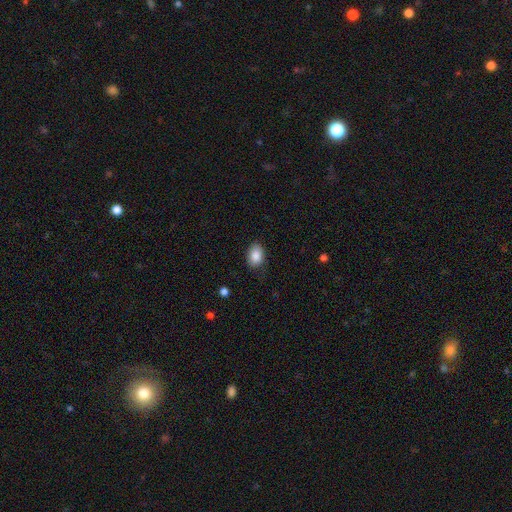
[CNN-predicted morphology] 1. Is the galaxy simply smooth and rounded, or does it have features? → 87% smooth, 8% star or artifact, 6% featured or disk.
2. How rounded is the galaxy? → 79% in between, 20% round, 1% cigar-shaped.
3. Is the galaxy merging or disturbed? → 78% none, 17% minor disturbance, 4% major disturbance, 1% merger.